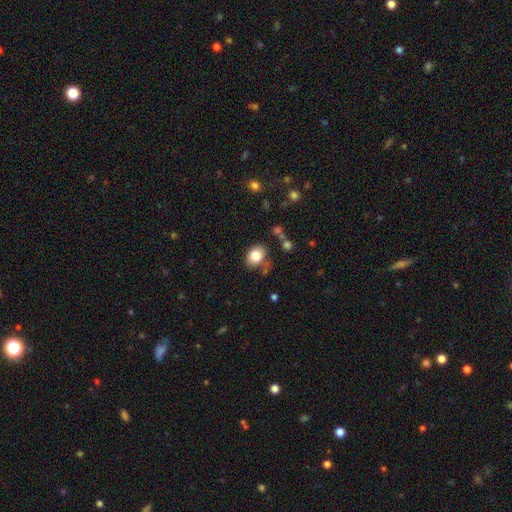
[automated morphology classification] A smooth galaxy with no disk features (82%) that is in between round and cigar-shaped (59%).

Vote fractions:
- Smooth or featured? smooth: 82% / star or artifact: 9% / featured or disk: 9%
- How rounded? in between: 59% / round: 41% / cigar-shaped: 1%
- Merging? none: 70% / minor disturbance: 18% / merger: 7% / major disturbance: 5%